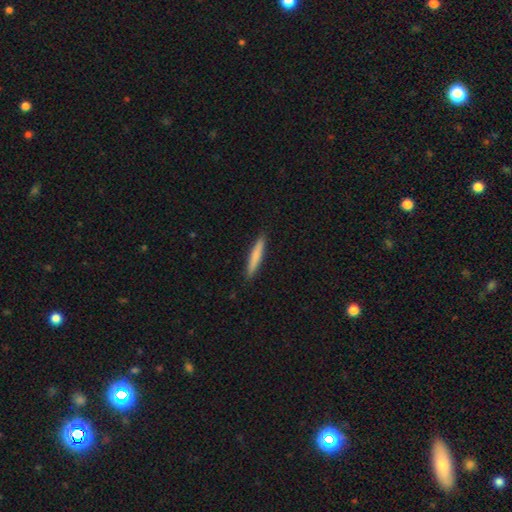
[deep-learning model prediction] Q: Smooth or featured?
A: smooth (75%); runner-up: featured or disk (19%)
Q: How rounded?
A: cigar-shaped (94%); runner-up: in between (5%)
Q: Merging?
A: none (91%); runner-up: minor disturbance (6%)